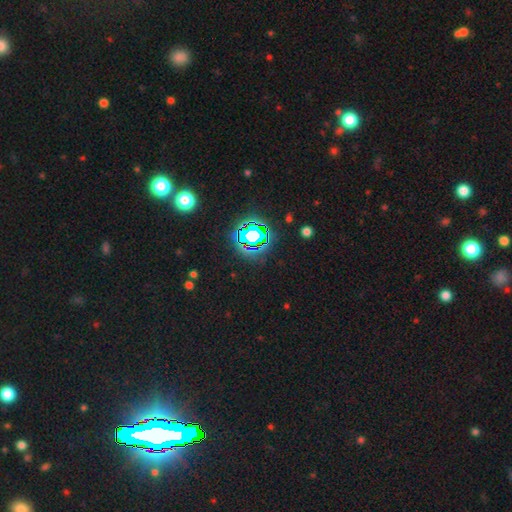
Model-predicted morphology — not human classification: Smooth or featured?
  - star or artifact: 81% *
  - smooth: 11%
  - featured or disk: 8%